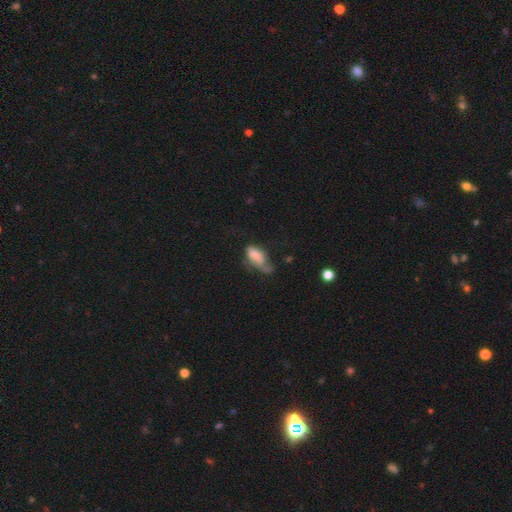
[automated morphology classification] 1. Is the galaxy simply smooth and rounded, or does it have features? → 65% smooth, 27% featured or disk, 8% star or artifact.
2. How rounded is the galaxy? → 88% in between, 8% cigar-shaped, 4% round.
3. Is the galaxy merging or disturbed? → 41% major disturbance, 29% minor disturbance, 25% none, 5% merger.